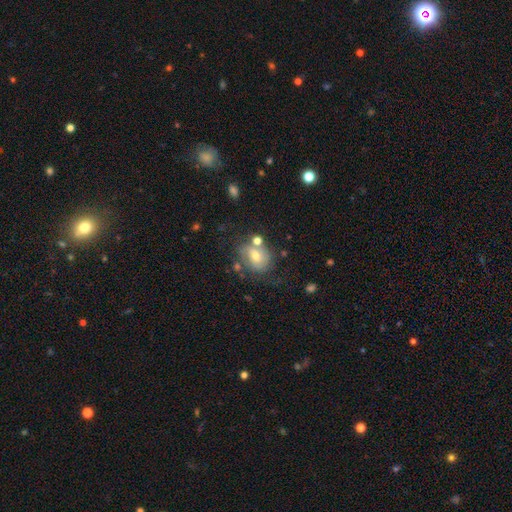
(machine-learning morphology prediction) smooth_or_featured: featured or disk (p=0.46) [alt: smooth p=0.44]
merging: none (p=0.53) [alt: minor disturbance p=0.21]